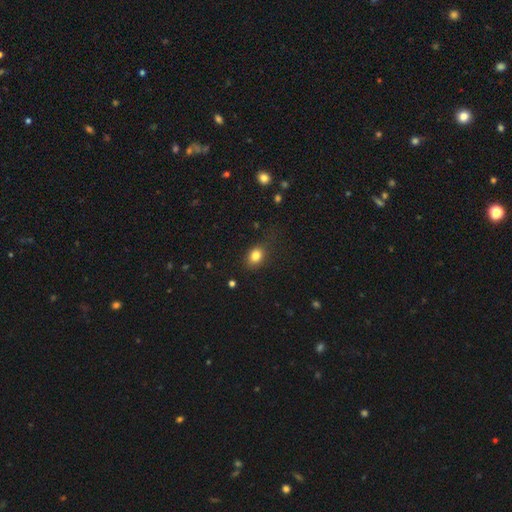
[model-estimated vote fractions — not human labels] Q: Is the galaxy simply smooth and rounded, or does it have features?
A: smooth — 82%.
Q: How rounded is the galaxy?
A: in between — 59%.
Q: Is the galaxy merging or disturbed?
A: none — 74%.